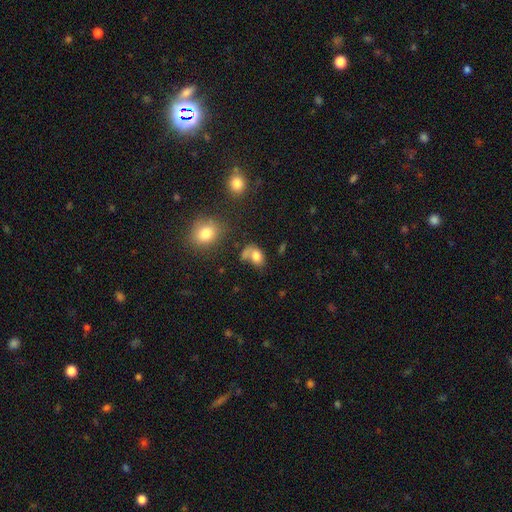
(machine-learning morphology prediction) This appears to be a smooth galaxy with no disk features (74%) that is in between round and cigar-shaped (75%). Merging: none (34%).